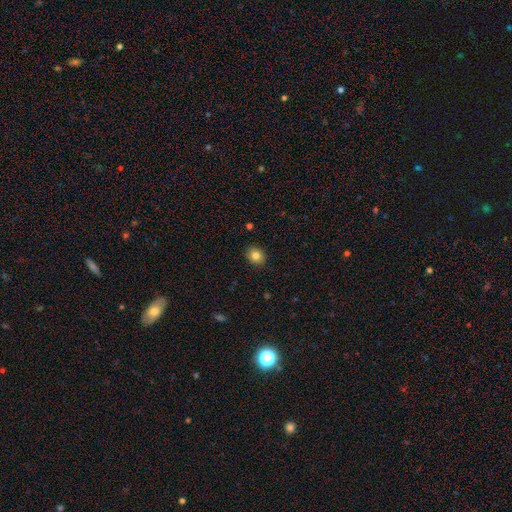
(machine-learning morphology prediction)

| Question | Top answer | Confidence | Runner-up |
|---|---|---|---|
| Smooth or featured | smooth | 82% | star or artifact (10%) |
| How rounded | round | 61% | in between (38%) |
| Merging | none | 90% | minor disturbance (7%) |